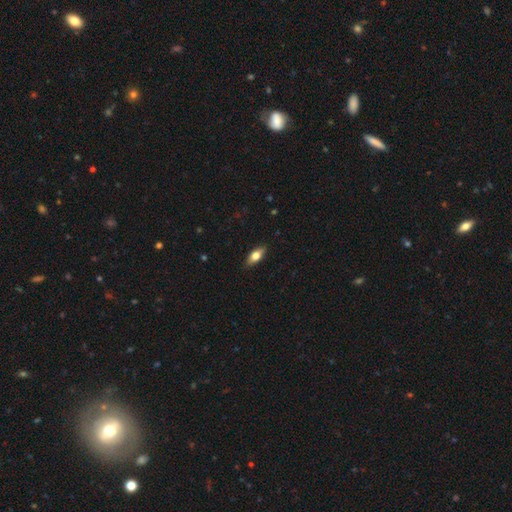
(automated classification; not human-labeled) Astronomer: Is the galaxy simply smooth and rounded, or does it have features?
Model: smooth — 67%.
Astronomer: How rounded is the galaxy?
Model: in between — 79%.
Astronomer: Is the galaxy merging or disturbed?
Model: none — 87%.